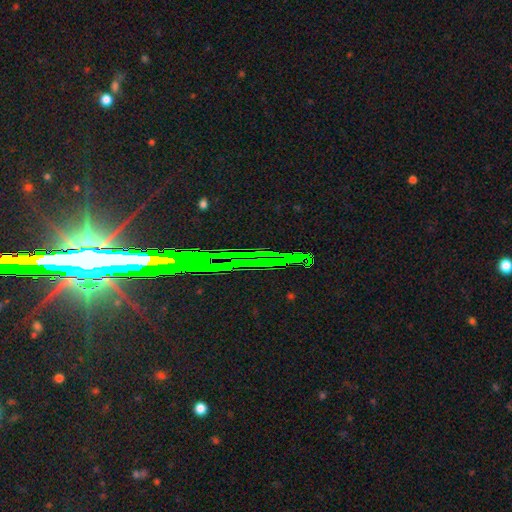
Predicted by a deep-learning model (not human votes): Smooth or featured?
  - star or artifact: 78% *
  - featured or disk: 13%
  - smooth: 9%